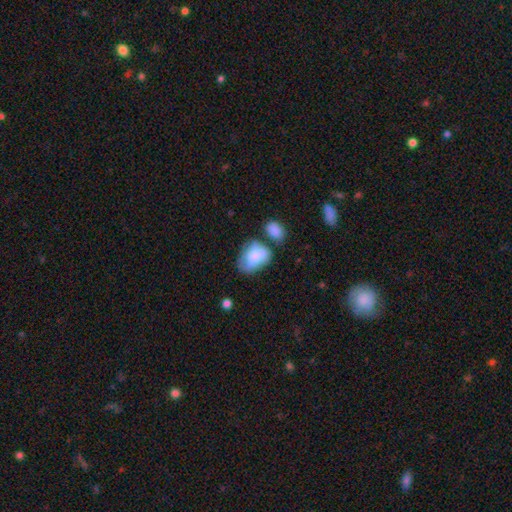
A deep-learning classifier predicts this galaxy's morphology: A smooth galaxy with no disk features (69%) that is in between round and cigar-shaped (81%).

Vote fractions:
- Smooth or featured? smooth: 69% / featured or disk: 24% / star or artifact: 7%
- How rounded? in between: 81% / round: 17% / cigar-shaped: 1%
- Merging? none: 32% / minor disturbance: 27% / merger: 23% / major disturbance: 18%